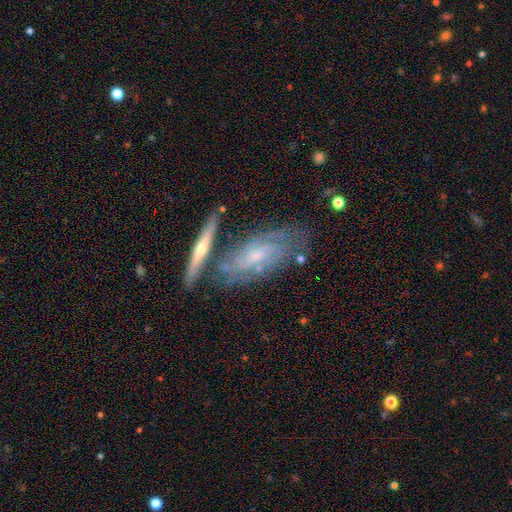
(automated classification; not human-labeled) featured or disk 77%, smooth 16%, star or artifact 7%. Down the decision tree: edge-on disk — no (82%); bar — no (54%); spiral arms — yes (91%); spiral arm count — can't tell (44%); spiral winding — tight (60%); bulge size — small (63%); merging — none (62%).